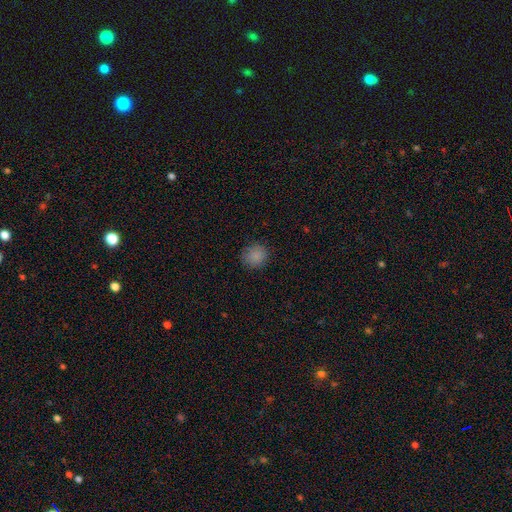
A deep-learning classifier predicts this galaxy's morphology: This is clearly a smooth galaxy (86%). How rounded: clearly round (88%). Merging: clearly none (87%).